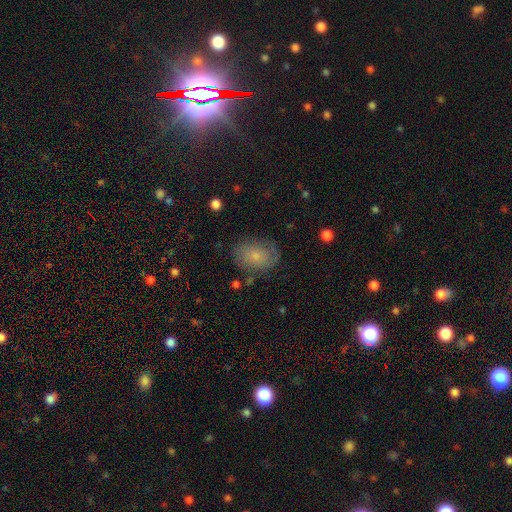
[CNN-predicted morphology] smooth 65%, featured or disk 25%, star or artifact 10%. Down the decision tree: how rounded — in between (73%); merging — none (75%).